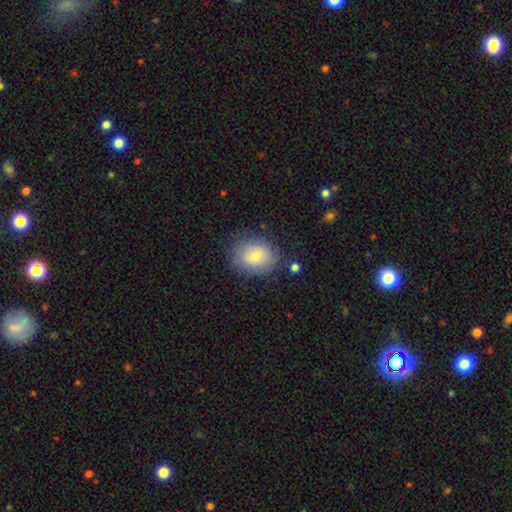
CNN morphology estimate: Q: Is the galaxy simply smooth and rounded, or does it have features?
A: smooth — 69%.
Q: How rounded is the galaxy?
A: round — 54%.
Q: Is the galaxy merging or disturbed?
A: none — 77%.